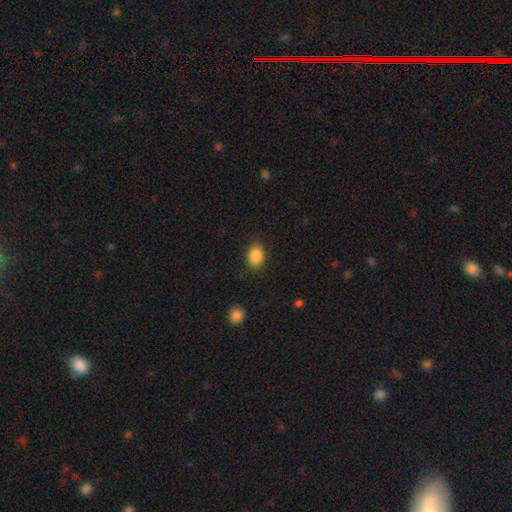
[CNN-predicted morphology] A smooth galaxy with no disk features (88%) that is in between round and cigar-shaped (77%). Merging: none (85%).